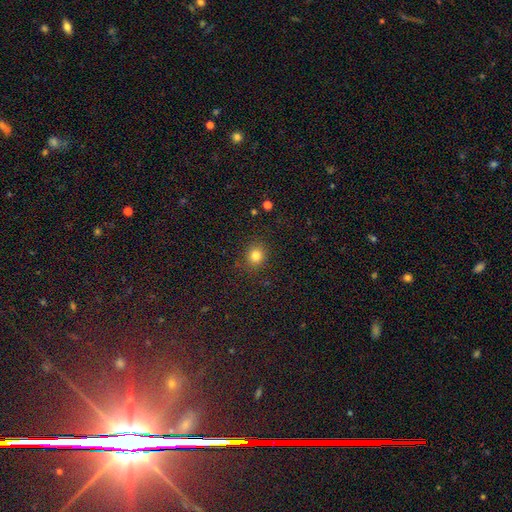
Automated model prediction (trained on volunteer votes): Smooth or featured? Predicted: smooth (p=0.81). How rounded? Predicted: round (p=0.78). Merging? Predicted: none (p=0.86).